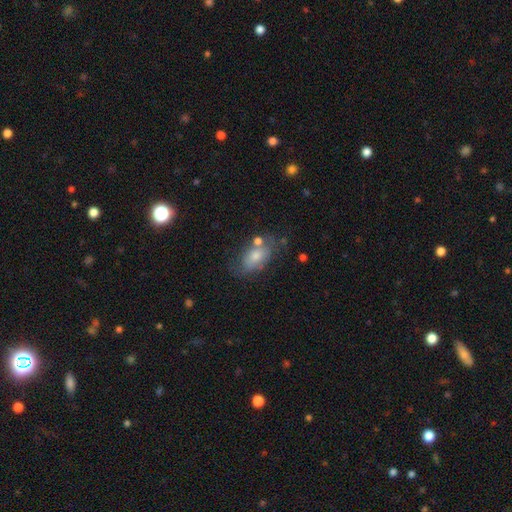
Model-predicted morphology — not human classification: Smooth or featured: smooth — 57% (featured or disk — 30%)
How rounded: in between — 85% (round — 12%)
Merging: none — 58% (minor disturbance — 22%)